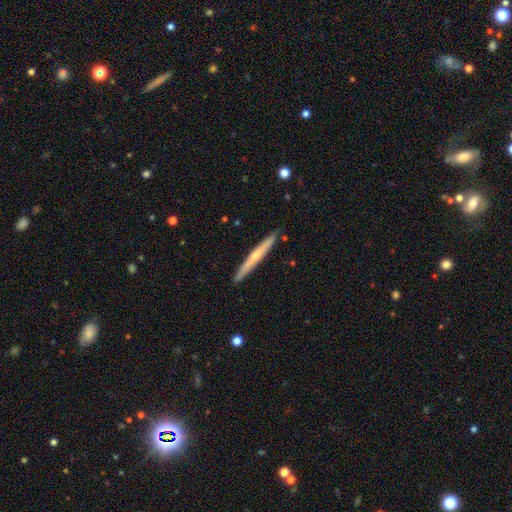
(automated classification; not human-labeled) Q: Smooth or featured?
A: featured or disk (56%); runner-up: smooth (39%)
Q: Edge-on disk?
A: yes (96%); runner-up: no (4%)
Q: Edge-on bulge?
A: rounded (58%); runner-up: none (39%)
Q: Merging?
A: none (90%); runner-up: minor disturbance (7%)